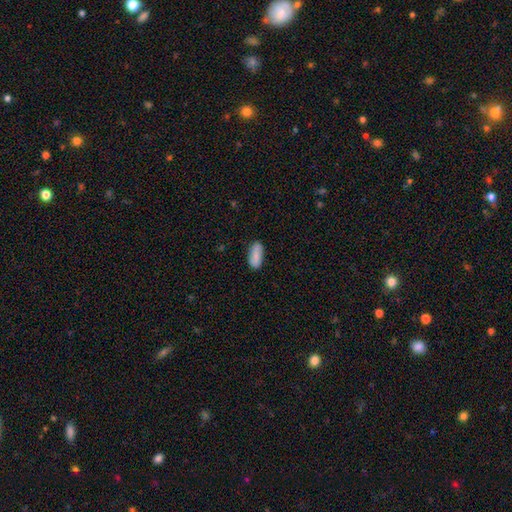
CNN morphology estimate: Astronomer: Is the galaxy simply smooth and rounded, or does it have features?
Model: smooth — 83%.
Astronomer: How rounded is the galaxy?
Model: in between — 84%.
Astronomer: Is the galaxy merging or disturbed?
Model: none — 83%.